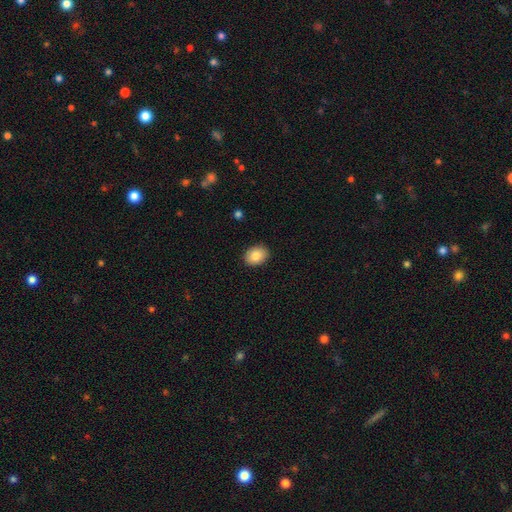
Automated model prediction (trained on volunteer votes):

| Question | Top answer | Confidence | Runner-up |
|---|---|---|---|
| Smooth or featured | smooth | 86% | star or artifact (7%) |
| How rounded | in between | 68% | round (31%) |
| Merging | none | 89% | minor disturbance (8%) |